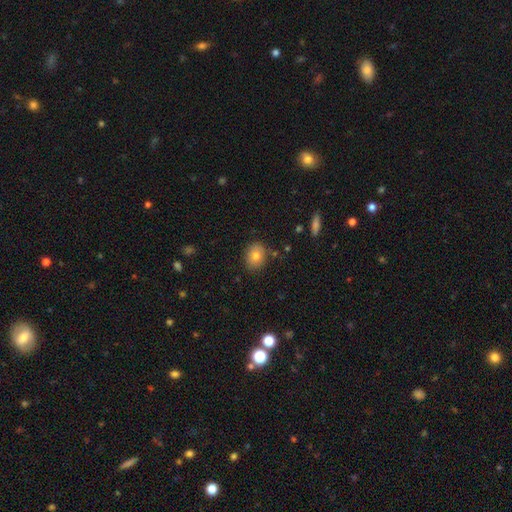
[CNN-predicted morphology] smooth-or-featured: smooth: 78% | featured or disk: 12% | star or artifact: 10%
  how-rounded: in between: 54% | round: 45% | cigar-shaped: 1%
  merging: none: 84% | minor disturbance: 11% | major disturbance: 3% | merger: 2%